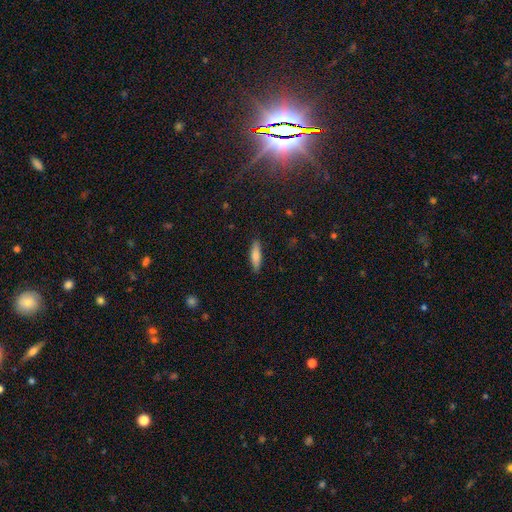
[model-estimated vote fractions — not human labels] This appears to be a smooth galaxy with no disk features (78%) that is cigar-shaped (64%). Merging: none (88%).